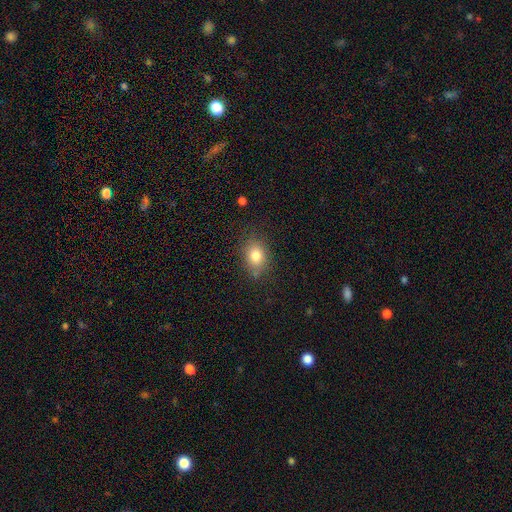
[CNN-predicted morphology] smooth 81%, star or artifact 10%, featured or disk 9%. Down the decision tree: how rounded — in between (60%); merging — none (77%).